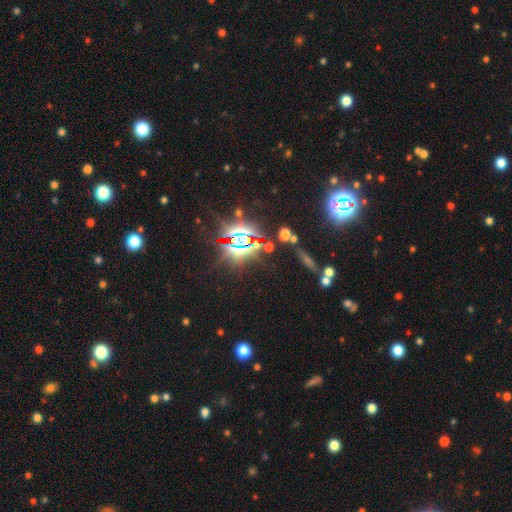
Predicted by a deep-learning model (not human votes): smooth_or_featured: star or artifact (p=0.81) [alt: smooth p=0.10]